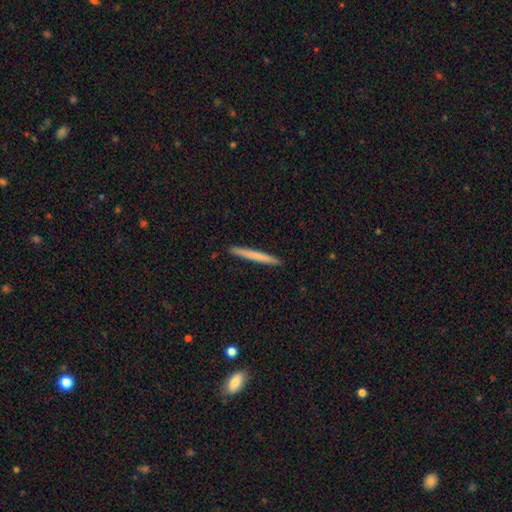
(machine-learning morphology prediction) Q: Smooth or featured?
A: smooth (69%); runner-up: featured or disk (25%)
Q: How rounded?
A: cigar-shaped (97%); runner-up: in between (2%)
Q: Merging?
A: none (93%); runner-up: minor disturbance (5%)